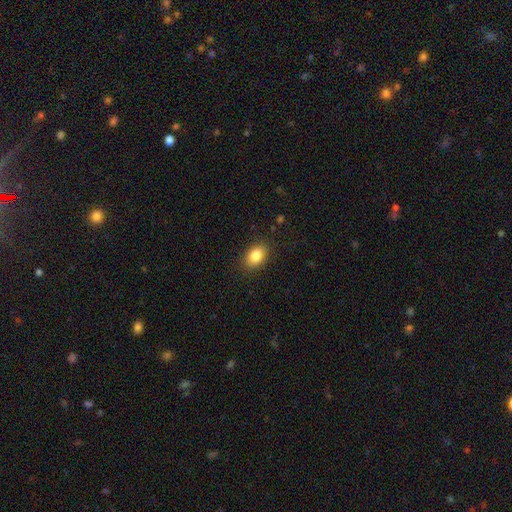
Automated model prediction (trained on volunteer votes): smooth_or_featured: smooth (p=0.85) [alt: star or artifact p=0.08]
how_rounded: in between (p=0.82) [alt: round p=0.17]
merging: none (p=0.87) [alt: minor disturbance p=0.09]